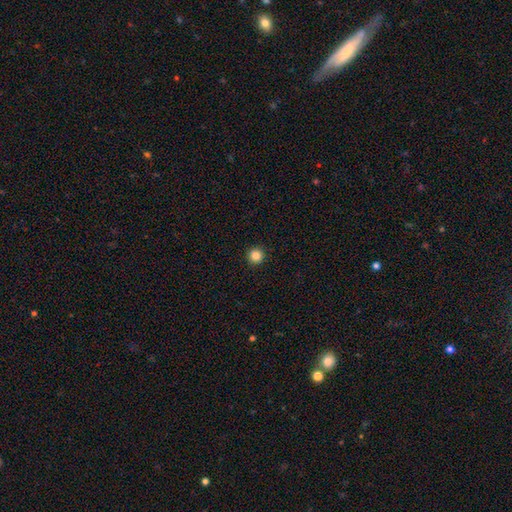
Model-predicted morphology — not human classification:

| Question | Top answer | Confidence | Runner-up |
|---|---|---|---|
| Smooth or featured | smooth | 84% | star or artifact (12%) |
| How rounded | round | 96% | in between (3%) |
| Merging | none | 94% | minor disturbance (4%) |